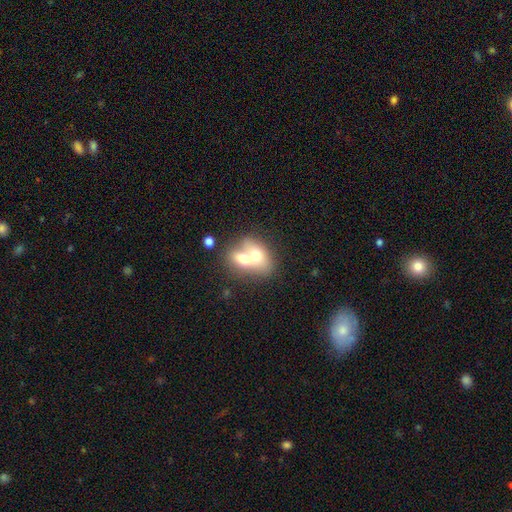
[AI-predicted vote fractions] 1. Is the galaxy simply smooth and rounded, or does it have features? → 65% smooth, 27% featured or disk, 8% star or artifact.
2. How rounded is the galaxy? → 66% in between, 32% round, 2% cigar-shaped.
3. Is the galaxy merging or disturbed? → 74% merger, 17% none, 6% minor disturbance, 4% major disturbance.